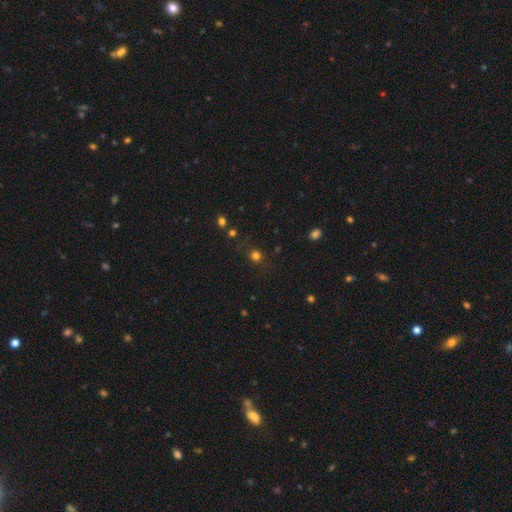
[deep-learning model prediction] Smooth or featured: smooth — 73% (star or artifact — 21%)
How rounded: round — 88% (in between — 10%)
Merging: none — 82% (minor disturbance — 10%)